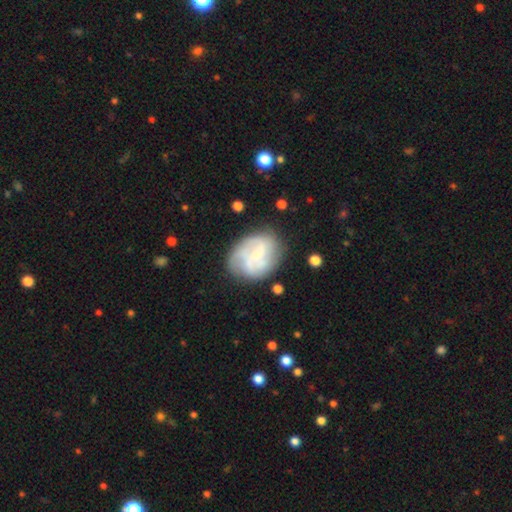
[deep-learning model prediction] A featured or disk galaxy (61%) with no bar (49%), spiral arms (75%) and a small central bulge (46%). Merging: none (62%).